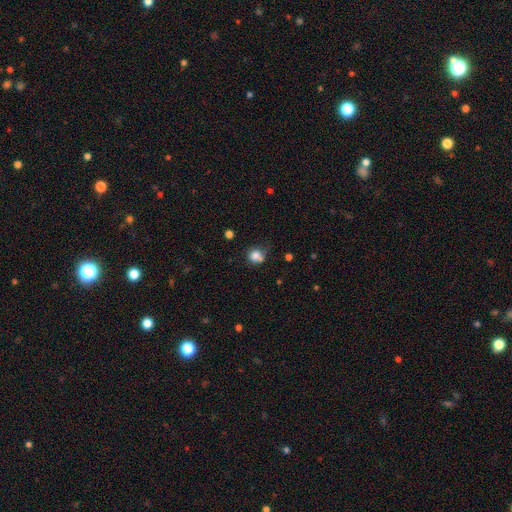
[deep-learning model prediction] smooth 80%, star or artifact 11%, featured or disk 8%. Down the decision tree: how rounded — round (81%); merging — none (54%).